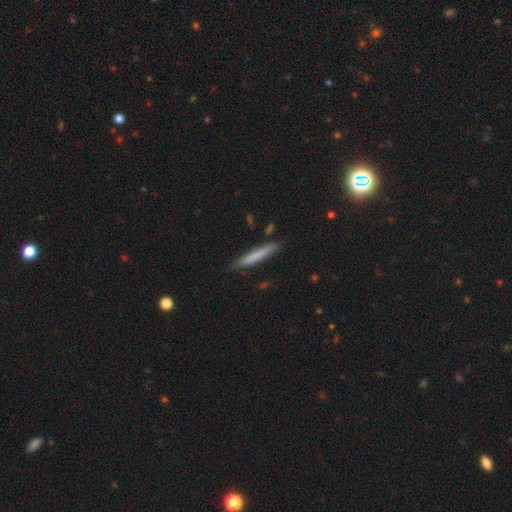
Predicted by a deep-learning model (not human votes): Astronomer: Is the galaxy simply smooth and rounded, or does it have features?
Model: smooth — 73%.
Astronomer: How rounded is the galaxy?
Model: cigar-shaped — 95%.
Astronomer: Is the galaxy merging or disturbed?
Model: none — 86%.